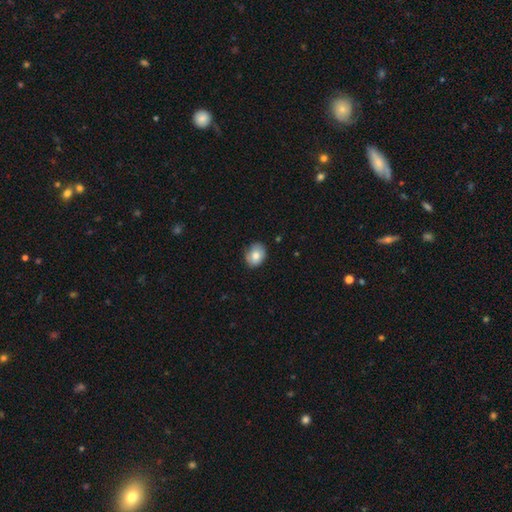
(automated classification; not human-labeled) smooth-or-featured: smooth: 77% | featured or disk: 15% | star or artifact: 8%
  how-rounded: in between: 54% | round: 45% | cigar-shaped: 1%
  merging: none: 79% | minor disturbance: 17% | major disturbance: 3% | merger: 1%